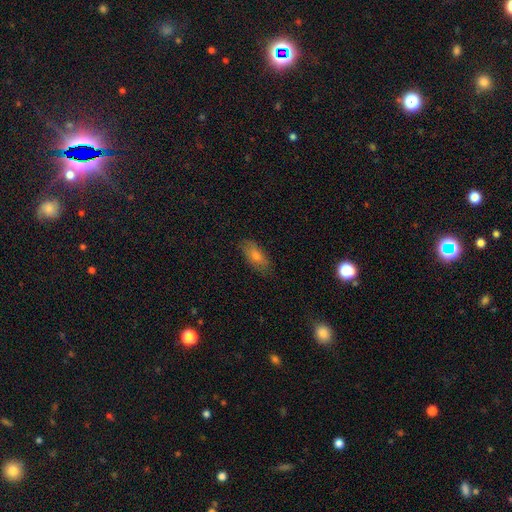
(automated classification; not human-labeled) Morphology: type=smooth (65%); roundness=in between (78%); merging=none (82%).